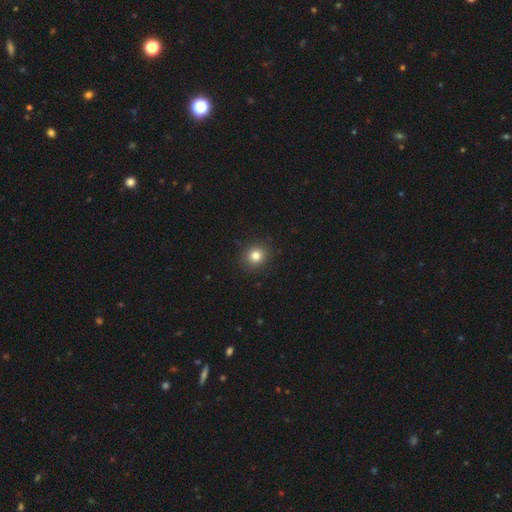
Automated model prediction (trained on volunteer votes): Smooth or featured? smooth (82%)
How rounded? round (81%)
Merging? none (90%)